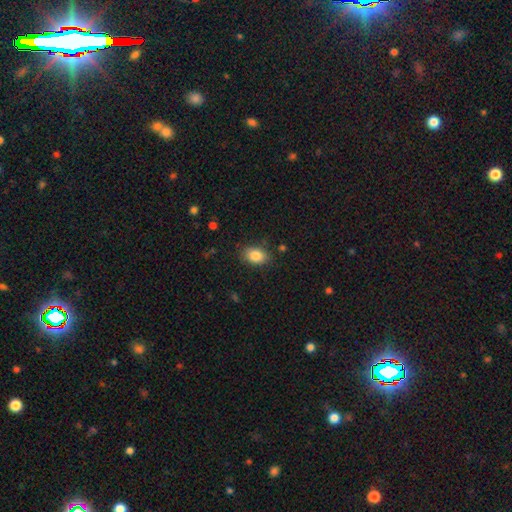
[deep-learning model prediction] This is clearly a smooth galaxy (85%). How rounded: clearly in between (80%). Merging: clearly none (84%).